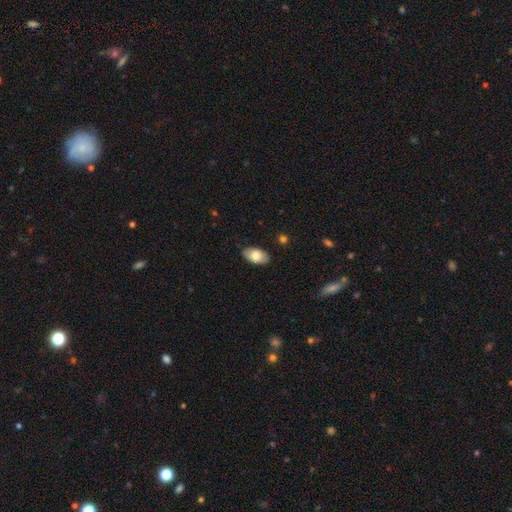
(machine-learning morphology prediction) Smooth or featured? Predicted: smooth (p=0.79). How rounded? Predicted: in between (p=0.94). Merging? Predicted: none (p=0.84).